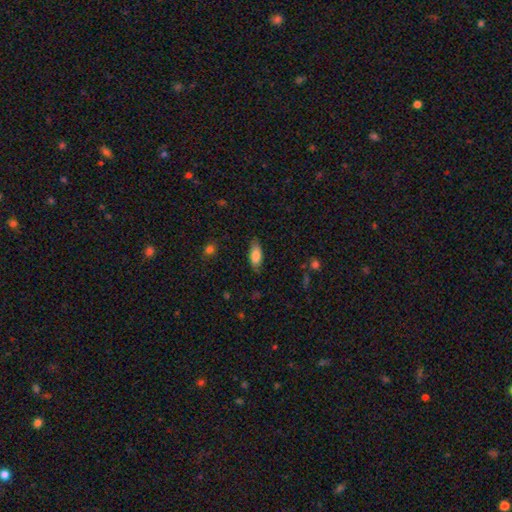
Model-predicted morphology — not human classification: Smooth or featured?
  - smooth: 82% *
  - featured or disk: 11%
  - star or artifact: 7%
How rounded?
  - in between: 82% *
  - cigar-shaped: 16%
  - round: 2%
Merging?
  - none: 78% *
  - minor disturbance: 17%
  - major disturbance: 3%
  - merger: 1%